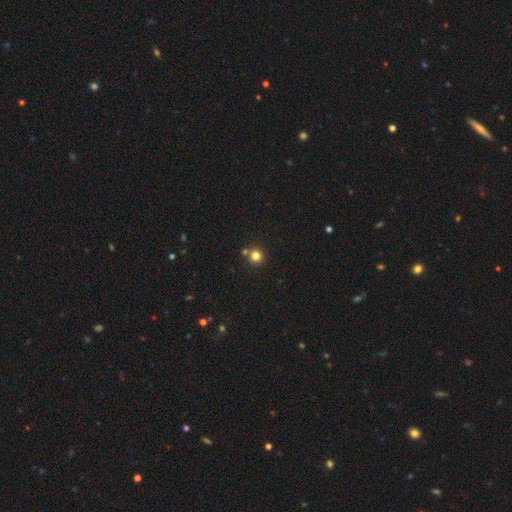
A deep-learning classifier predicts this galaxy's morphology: Q: Smooth or featured?
A: smooth (80%); runner-up: star or artifact (14%)
Q: How rounded?
A: round (94%); runner-up: in between (5%)
Q: Merging?
A: none (77%); runner-up: merger (14%)